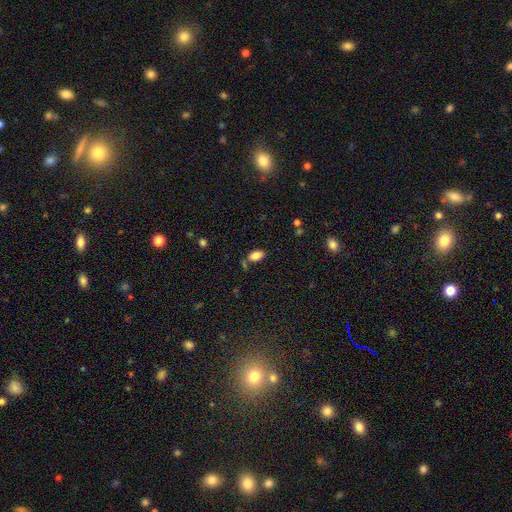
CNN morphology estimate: Q: Smooth or featured?
A: smooth (83%); runner-up: star or artifact (10%)
Q: How rounded?
A: in between (92%); runner-up: round (6%)
Q: Merging?
A: none (70%); runner-up: minor disturbance (16%)